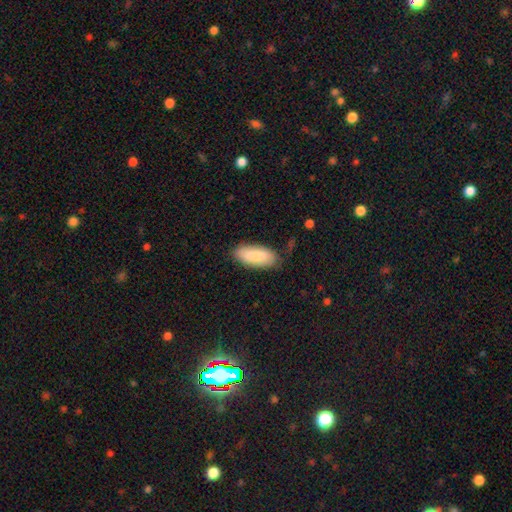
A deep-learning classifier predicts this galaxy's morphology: This appears to be a smooth galaxy with no disk features (86%) that is in between round and cigar-shaped (81%). Merging: none (76%).